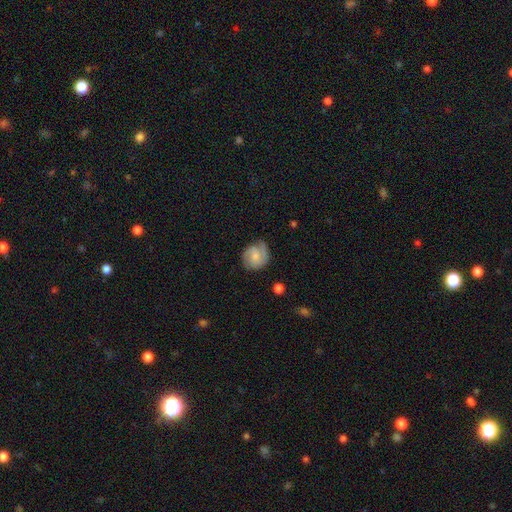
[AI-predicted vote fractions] Smooth or featured: featured or disk — 58% (smooth — 36%)
Edge-on disk: no — 98% (yes — 2%)
Bar: no — 56% (weak — 38%)
Spiral arms: yes — 92% (no — 8%)
Spiral winding: tight — 43% (medium — 41%)
Spiral arm count: 2 — 64% (can't tell — 14%)
Bulge size: small — 49% (moderate — 35%)
Merging: none — 67% (minor disturbance — 23%)